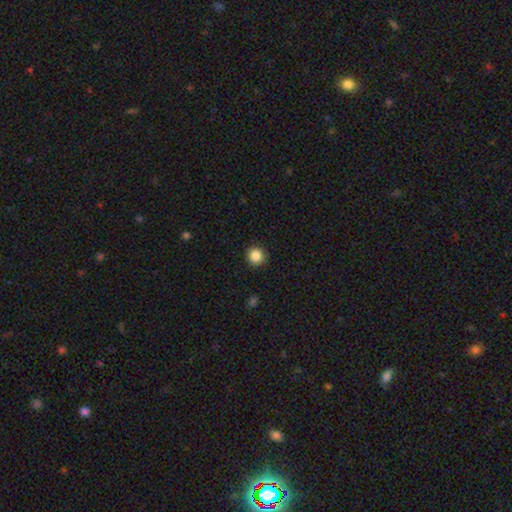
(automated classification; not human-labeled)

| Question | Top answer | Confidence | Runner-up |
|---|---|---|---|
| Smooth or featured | smooth | 86% | star or artifact (10%) |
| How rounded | round | 94% | in between (5%) |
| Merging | none | 91% | minor disturbance (6%) |